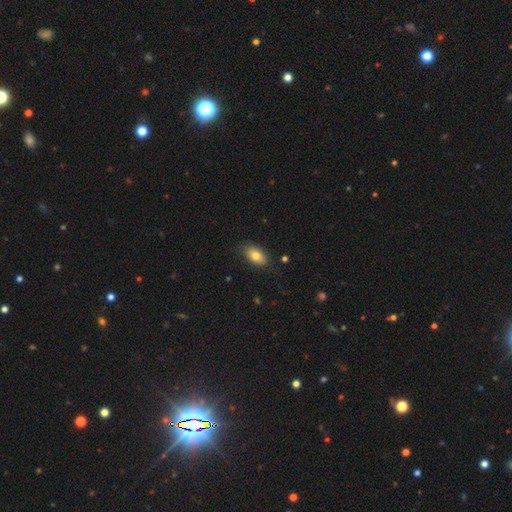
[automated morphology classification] A smooth galaxy with no disk features (80%) that is in between round and cigar-shaped (91%).

Vote fractions:
- Smooth or featured? smooth: 80% / featured or disk: 12% / star or artifact: 8%
- How rounded? in between: 91% / round: 6% / cigar-shaped: 3%
- Merging? none: 81% / minor disturbance: 15% / major disturbance: 3% / merger: 1%